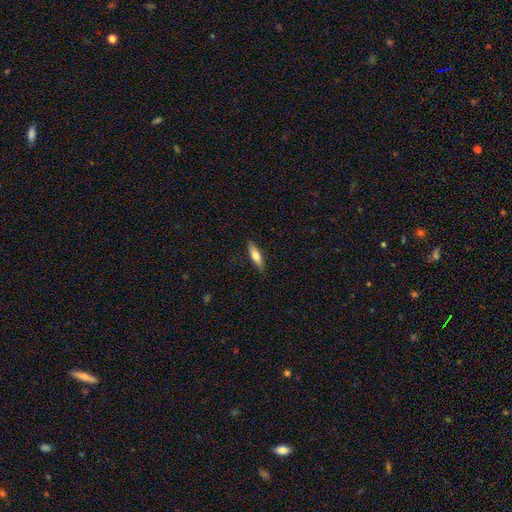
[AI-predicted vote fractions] A smooth galaxy with no disk features (69%) that is cigar-shaped (60%).

Vote fractions:
- Smooth or featured? smooth: 69% / featured or disk: 26% / star or artifact: 6%
- How rounded? cigar-shaped: 60% / in between: 38% / round: 2%
- Merging? none: 87% / minor disturbance: 10% / major disturbance: 2% / merger: 1%